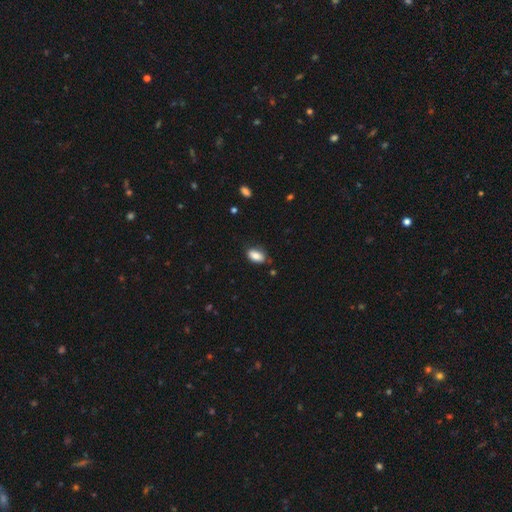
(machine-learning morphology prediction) Q: Smooth or featured?
A: smooth (85%); runner-up: star or artifact (8%)
Q: How rounded?
A: in between (91%); runner-up: round (5%)
Q: Merging?
A: none (76%); runner-up: minor disturbance (18%)